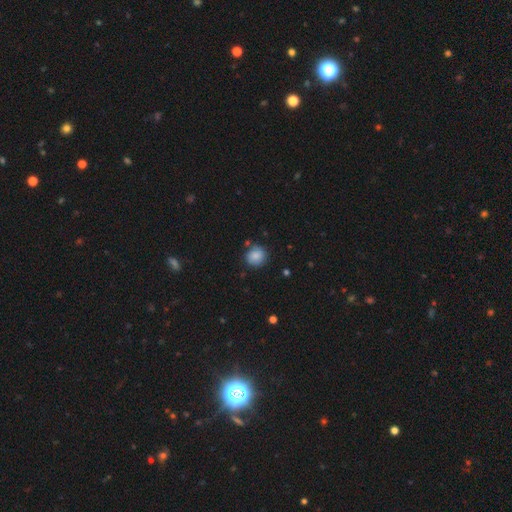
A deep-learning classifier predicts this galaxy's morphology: Overall: smooth (84%). How rounded: round (85%). Merging: none (78%).